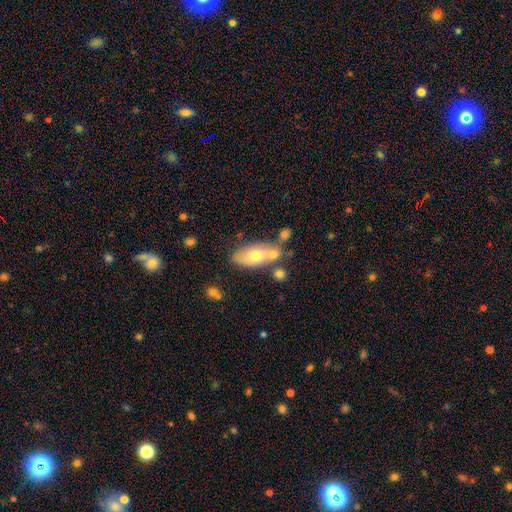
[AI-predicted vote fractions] smooth 63%, featured or disk 29%, star or artifact 8%. Down the decision tree: how rounded — in between (85%); merging — none (53%).